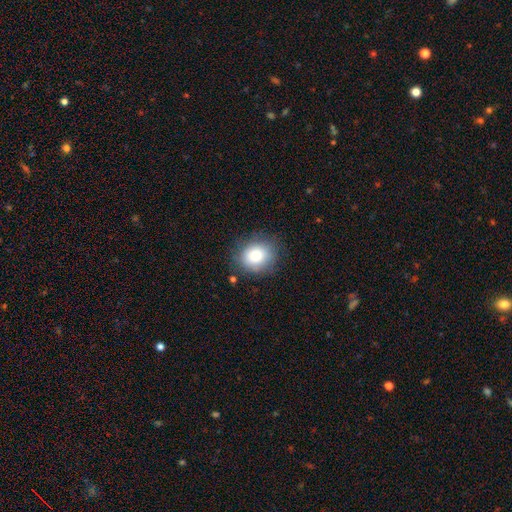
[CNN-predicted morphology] A smooth galaxy with no disk features (79%) that is round (72%).

Vote fractions:
- Smooth or featured? smooth: 79% / featured or disk: 11% / star or artifact: 10%
- How rounded? round: 72% / in between: 27% / cigar-shaped: 1%
- Merging? none: 80% / minor disturbance: 14% / major disturbance: 4% / merger: 2%